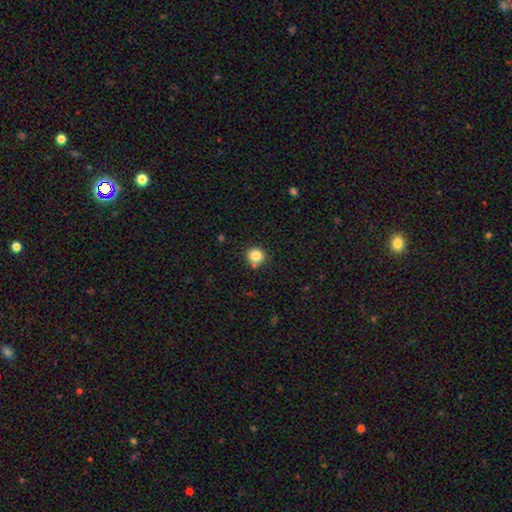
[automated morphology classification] A smooth galaxy with no disk features (83%) that is round (91%).

Vote fractions:
- Smooth or featured? smooth: 83% / star or artifact: 11% / featured or disk: 6%
- How rounded? round: 91% / in between: 8% / cigar-shaped: 1%
- Merging? none: 81% / minor disturbance: 11% / merger: 6% / major disturbance: 3%